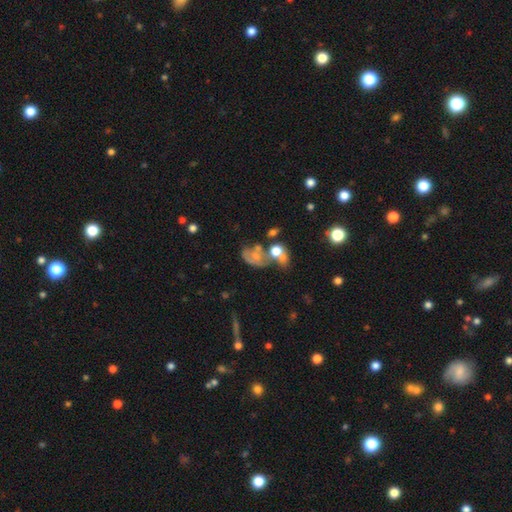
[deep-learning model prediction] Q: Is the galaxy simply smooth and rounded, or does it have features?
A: featured or disk — 47%.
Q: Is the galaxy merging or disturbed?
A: merger — 35%.